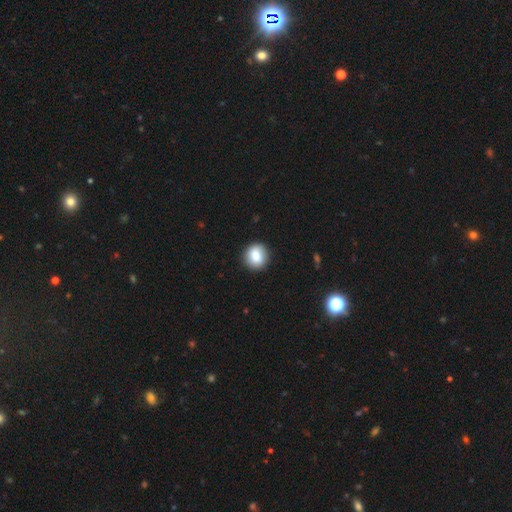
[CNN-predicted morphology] Smooth or featured: smooth — 83% (star or artifact — 9%)
How rounded: round — 87% (in between — 12%)
Merging: none — 90% (minor disturbance — 7%)